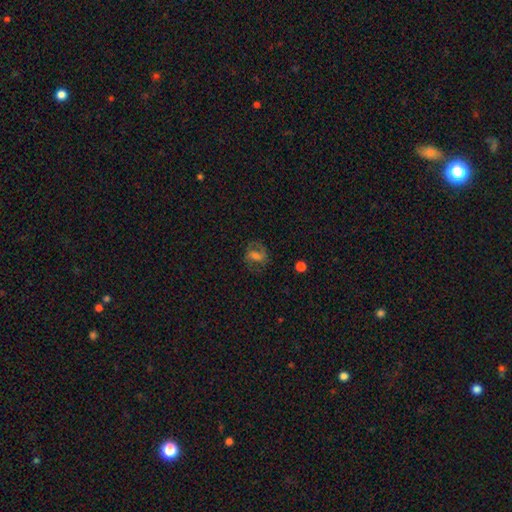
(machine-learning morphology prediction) smooth_or_featured: featured or disk (p=0.56) [alt: smooth p=0.30]
disk_edge_on: no (p=0.96) [alt: yes p=0.04]
bar: weak (p=0.44) [alt: strong p=0.29]
has_spiral_arms: yes (p=0.85) [alt: no p=0.15]
bulge_size: moderate (p=0.38) [alt: small p=0.30]
merging: none (p=0.70) [alt: minor disturbance p=0.16]